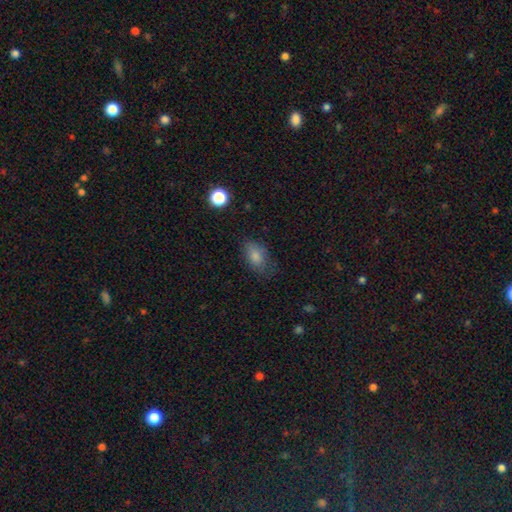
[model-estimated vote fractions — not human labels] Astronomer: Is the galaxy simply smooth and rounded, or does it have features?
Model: smooth — 82%.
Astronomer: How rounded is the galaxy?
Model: in between — 87%.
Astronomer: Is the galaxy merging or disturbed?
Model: none — 65%.